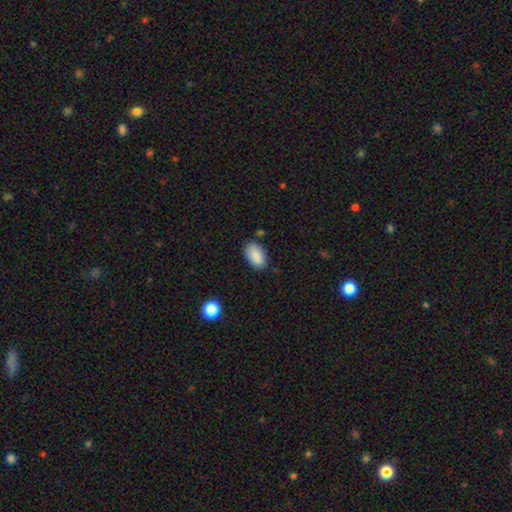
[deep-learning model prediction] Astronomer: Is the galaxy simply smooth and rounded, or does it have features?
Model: smooth — 89%.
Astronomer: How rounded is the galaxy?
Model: in between — 94%.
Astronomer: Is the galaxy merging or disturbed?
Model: none — 81%.